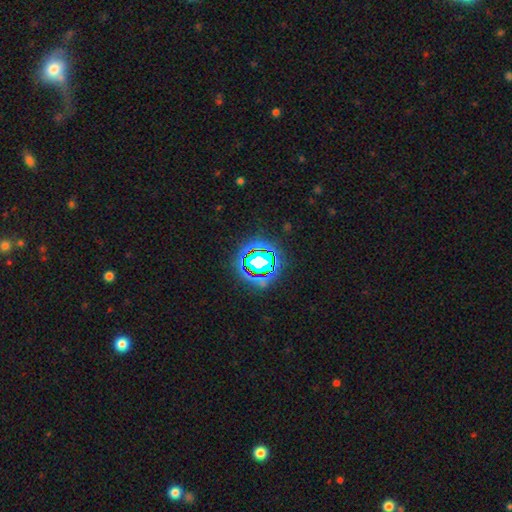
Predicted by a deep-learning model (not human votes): This appears to be a star or artifact, not a galaxy (68%).